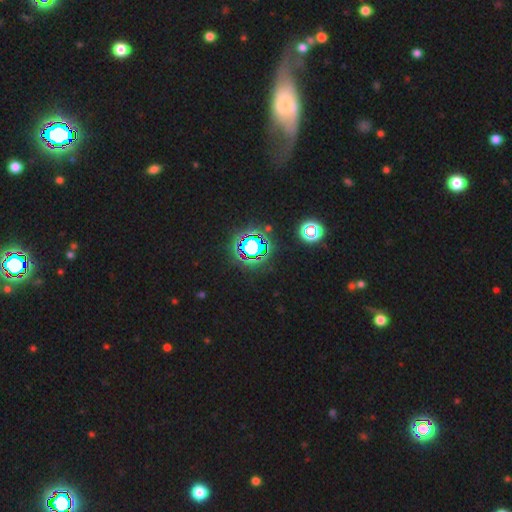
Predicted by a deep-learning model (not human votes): smooth_or_featured: star or artifact (p=0.55) [alt: featured or disk p=0.23]